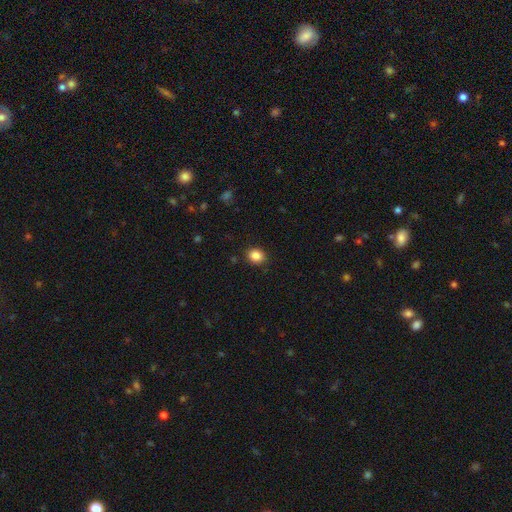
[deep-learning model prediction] smooth_or_featured: smooth (p=0.86) [alt: star or artifact p=0.10]
how_rounded: round (p=0.65) [alt: in between p=0.34]
merging: none (p=0.88) [alt: minor disturbance p=0.09]